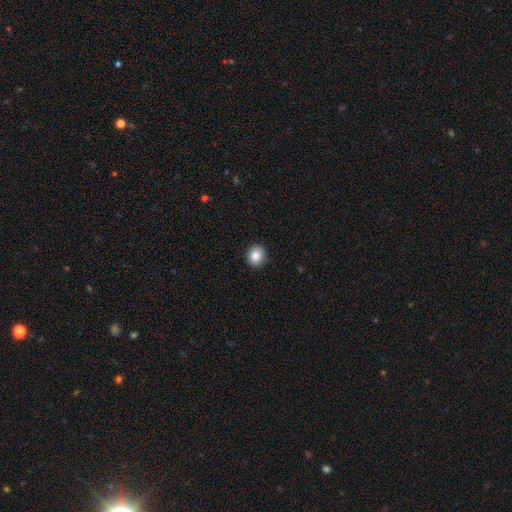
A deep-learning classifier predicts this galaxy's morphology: smooth_or_featured: smooth (p=0.86) [alt: star or artifact p=0.09]
how_rounded: round (p=0.86) [alt: in between p=0.13]
merging: none (p=0.90) [alt: minor disturbance p=0.07]